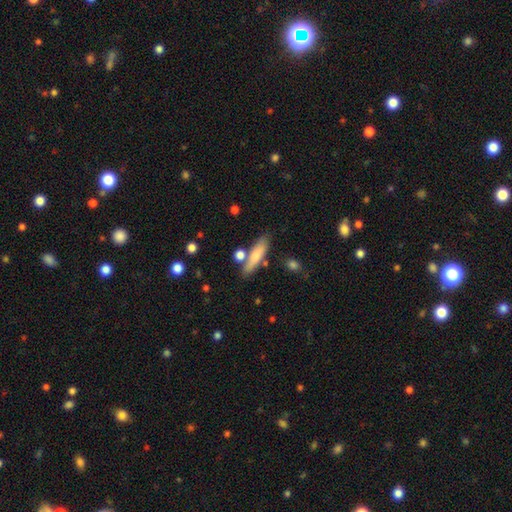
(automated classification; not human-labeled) Smooth or featured: smooth — 76% (featured or disk — 17%)
How rounded: cigar-shaped — 67% (in between — 30%)
Merging: none — 68% (minor disturbance — 15%)